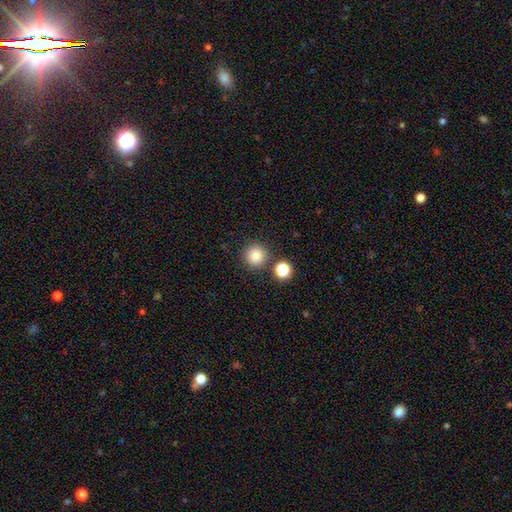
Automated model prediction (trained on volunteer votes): This appears to be a smooth galaxy with no disk features (84%) that is round (95%). Merging: none (84%).